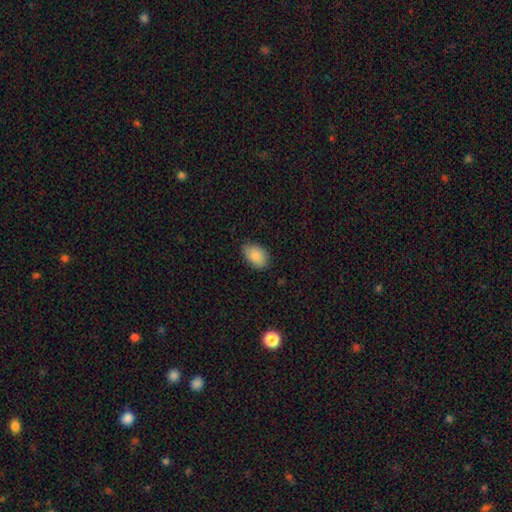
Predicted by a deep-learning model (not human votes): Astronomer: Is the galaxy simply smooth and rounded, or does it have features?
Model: smooth — 88%.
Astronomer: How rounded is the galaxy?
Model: in between — 88%.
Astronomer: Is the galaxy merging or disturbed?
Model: none — 80%.